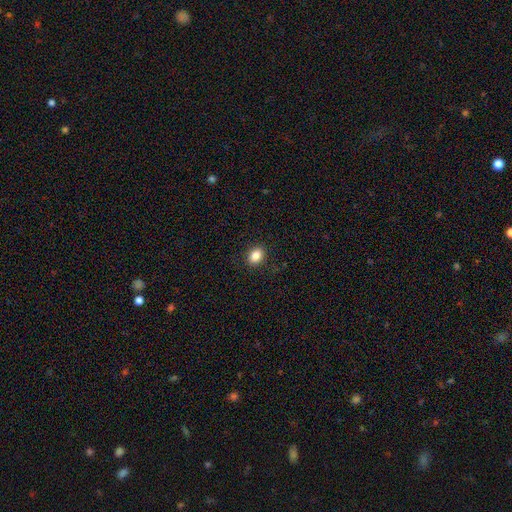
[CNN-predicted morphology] Smooth or featured: smooth — 85% (star or artifact — 10%)
How rounded: in between — 69% (round — 30%)
Merging: none — 89% (minor disturbance — 8%)